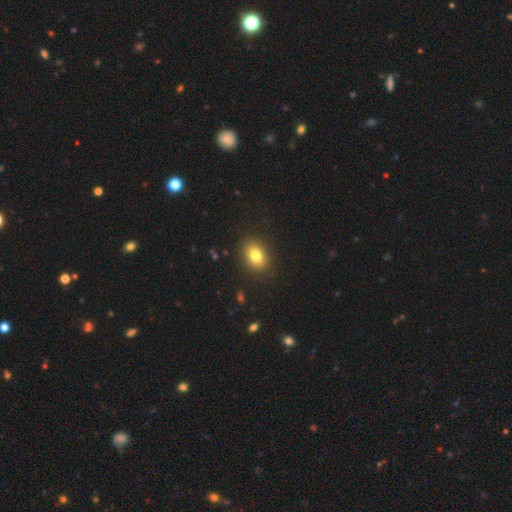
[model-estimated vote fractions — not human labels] A smooth galaxy with no disk features (80%) that is in between round and cigar-shaped (68%).

Vote fractions:
- Smooth or featured? smooth: 80% / star or artifact: 10% / featured or disk: 10%
- How rounded? in between: 68% / round: 31% / cigar-shaped: 1%
- Merging? none: 87% / minor disturbance: 9% / major disturbance: 3% / merger: 1%